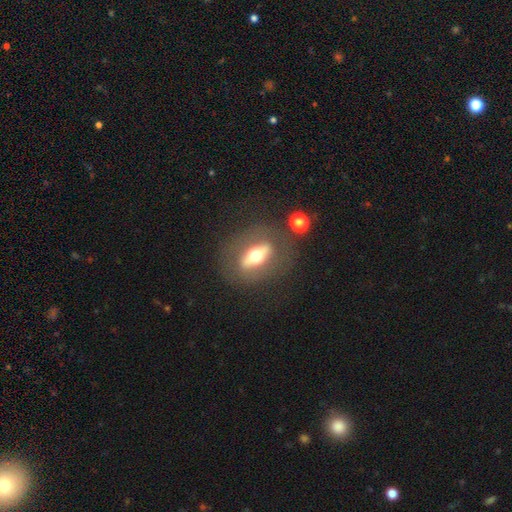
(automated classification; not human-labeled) featured or disk 59%, smooth 33%, star or artifact 8%. Down the decision tree: edge-on disk — no (56%); merging — none (77%).